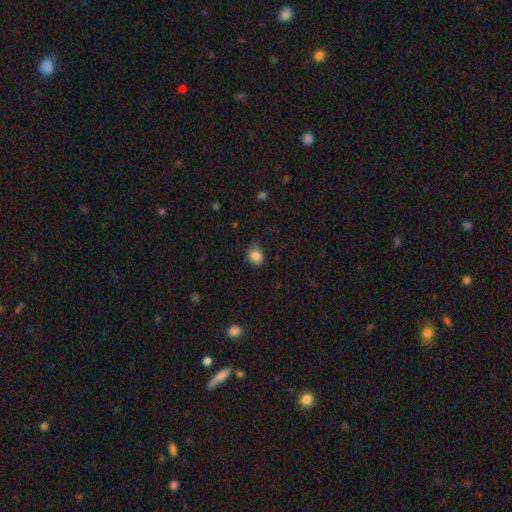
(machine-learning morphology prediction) smooth 84%, star or artifact 10%, featured or disk 6%. Down the decision tree: how rounded — round (53%); merging — none (61%).